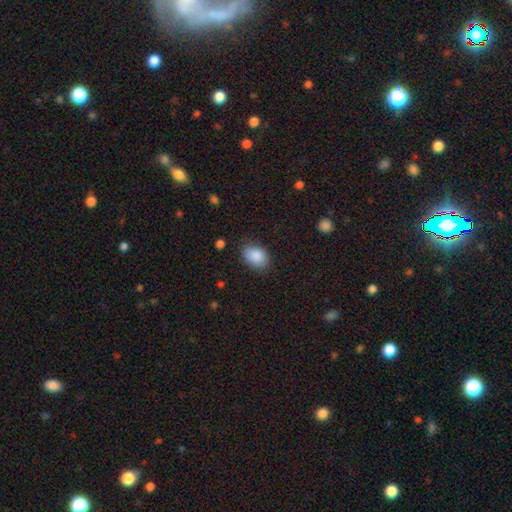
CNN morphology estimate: The model was most divided on "how rounded": in between: 78%, round: 21%, cigar-shaped: 1%. More confident: smooth or featured — smooth (89%); merging — none (80%).